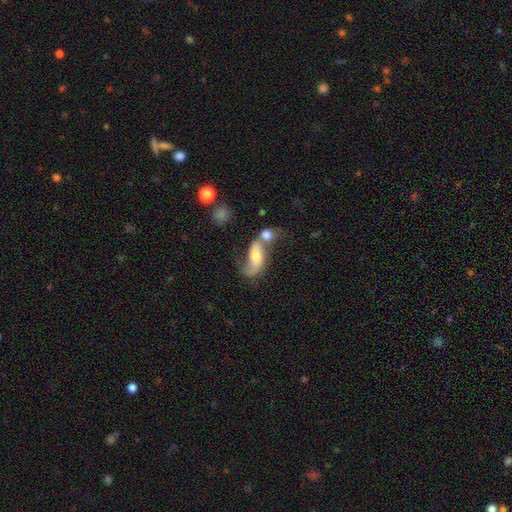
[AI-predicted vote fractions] A featured or disk galaxy (59%) with no bar (53%), spiral arms (83%) and a moderate central bulge (52%). Merging: merger (44%).